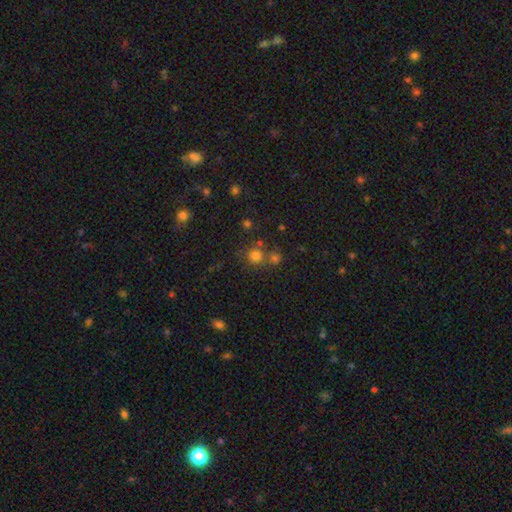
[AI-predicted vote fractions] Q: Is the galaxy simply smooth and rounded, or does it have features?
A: smooth — 74%.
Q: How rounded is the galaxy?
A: round — 90%.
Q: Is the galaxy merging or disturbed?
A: none — 65%.